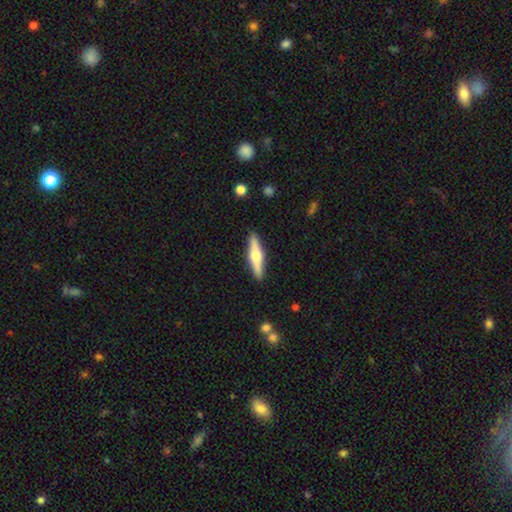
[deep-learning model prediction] This is possibly a featured or disk galaxy (57%). It is clearly viewed edge-on (96%). Edge-on bulge: clearly rounded (92%). Merging: clearly none (90%).